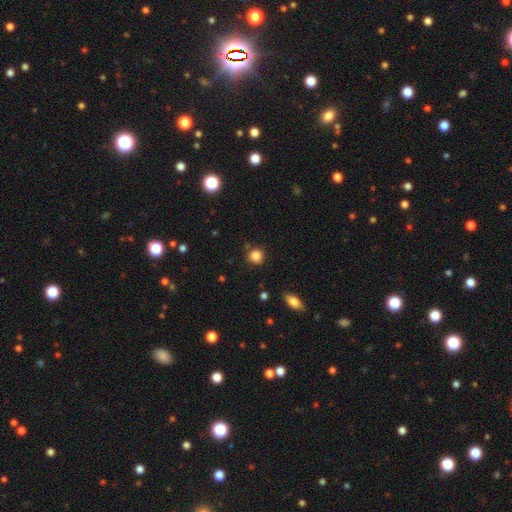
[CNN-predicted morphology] A smooth galaxy with no disk features (85%) that is round (87%). Merging: none (82%).